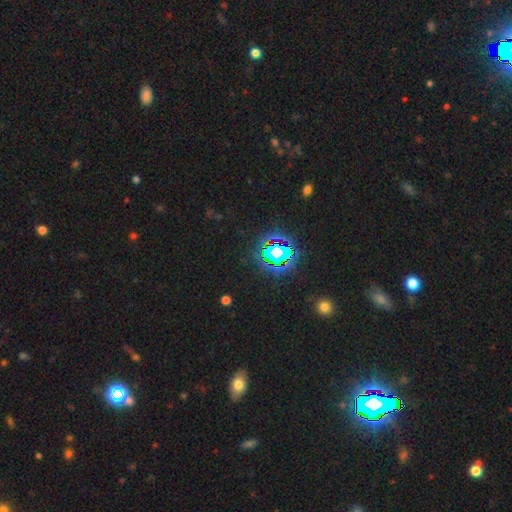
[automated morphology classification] Smooth or featured? star or artifact (78%)